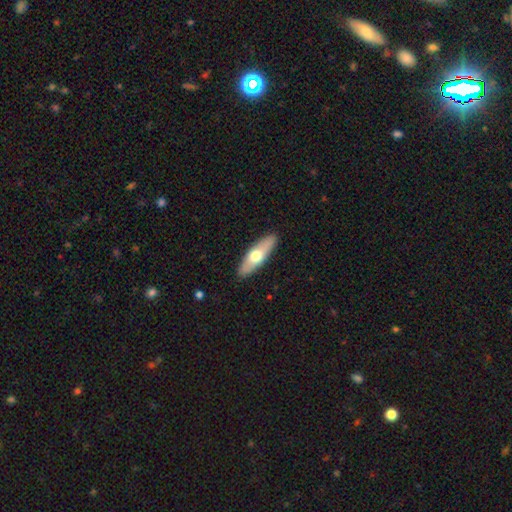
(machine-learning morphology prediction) Q: Smooth or featured?
A: smooth (55%); runner-up: featured or disk (40%)
Q: How rounded?
A: cigar-shaped (51%); runner-up: in between (47%)
Q: Merging?
A: none (89%); runner-up: minor disturbance (8%)